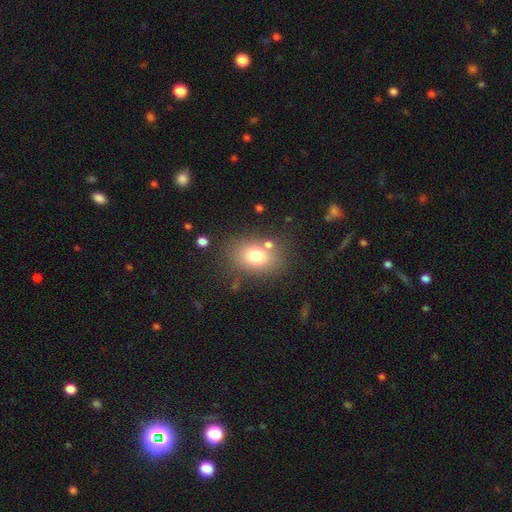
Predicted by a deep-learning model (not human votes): Smooth or featured?
  - smooth: 74% *
  - featured or disk: 13%
  - star or artifact: 12%
How rounded?
  - in between: 59% *
  - round: 40%
  - cigar-shaped: 1%
Merging?
  - none: 72% *
  - minor disturbance: 13%
  - merger: 9%
  - major disturbance: 6%